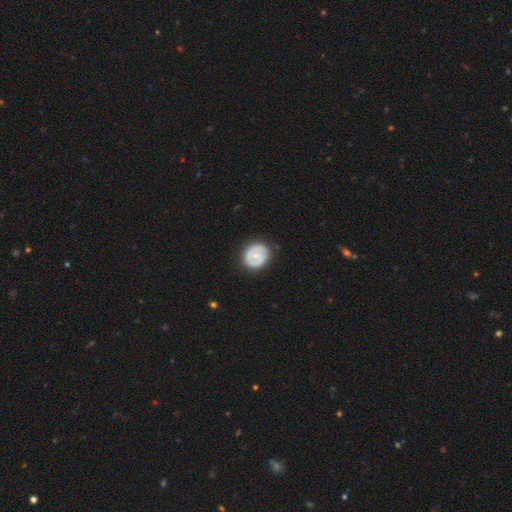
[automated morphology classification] The model was most divided on "smooth or featured": featured or disk: 48%, smooth: 46%, star or artifact: 6%. More confident: merging — none (84%).